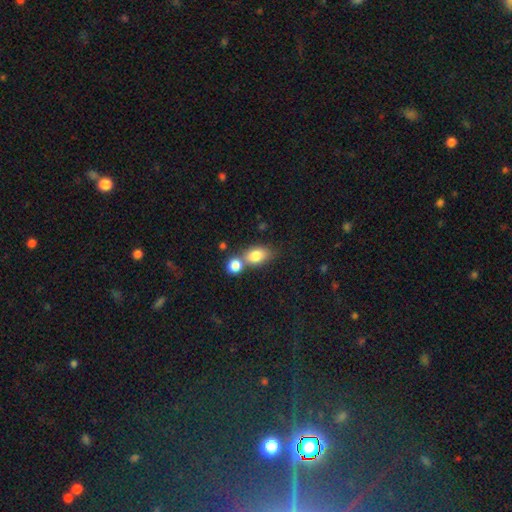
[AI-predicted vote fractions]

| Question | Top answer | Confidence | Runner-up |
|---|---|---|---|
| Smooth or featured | smooth | 82% | featured or disk (9%) |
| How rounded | in between | 76% | round (21%) |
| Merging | merger | 44% | none (42%) |